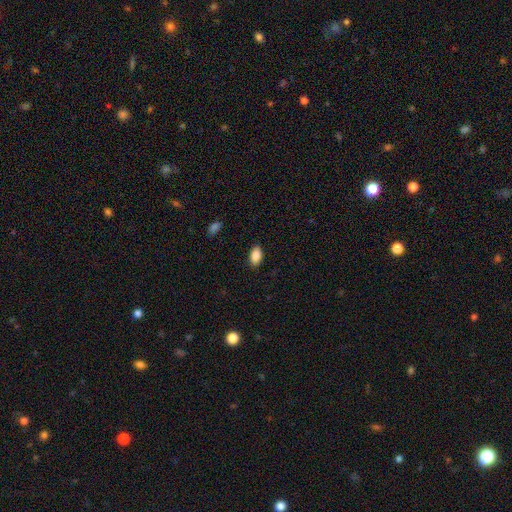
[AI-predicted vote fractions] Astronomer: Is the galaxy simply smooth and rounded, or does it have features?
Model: smooth — 87%.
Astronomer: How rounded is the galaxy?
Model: in between — 92%.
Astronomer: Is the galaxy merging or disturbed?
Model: none — 87%.